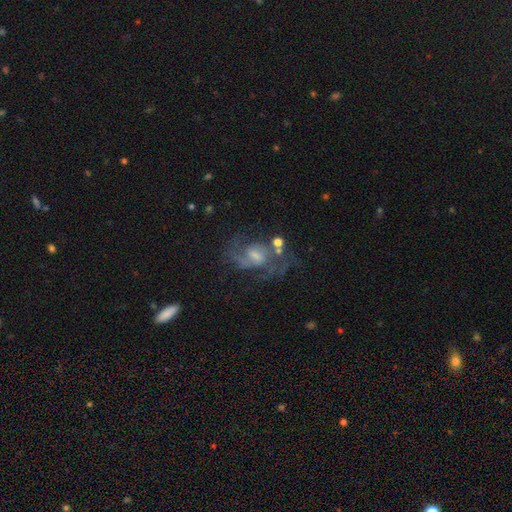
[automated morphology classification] smooth-or-featured: featured or disk: 72% | star or artifact: 15% | smooth: 13%
  disk-edge-on: no: 96% | yes: 4%
    bar: no: 58% | weak: 35% | strong: 7%
    has-spiral-arms: yes: 85% | no: 15%
      spiral-winding: medium: 49% | tight: 28% | loose: 23%
      spiral-arm-count: 2: 64% | can't tell: 19% | 1: 6% | 3: 5% | 4: 3% | more than 4: 3%
    bulge-size: moderate: 48% | small: 36% | large: 8% | none: 6% | dominant: 2%
  merging: none: 58% | minor disturbance: 16% | major disturbance: 14% | merger: 13%